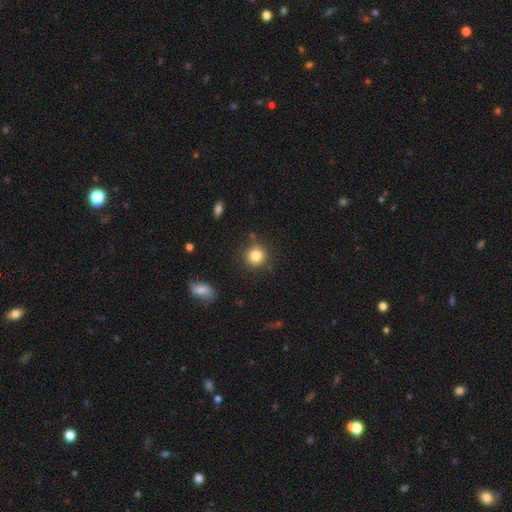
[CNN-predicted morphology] Q: Smooth or featured?
A: smooth (84%); runner-up: star or artifact (10%)
Q: How rounded?
A: round (91%); runner-up: in between (8%)
Q: Merging?
A: none (84%); runner-up: minor disturbance (9%)